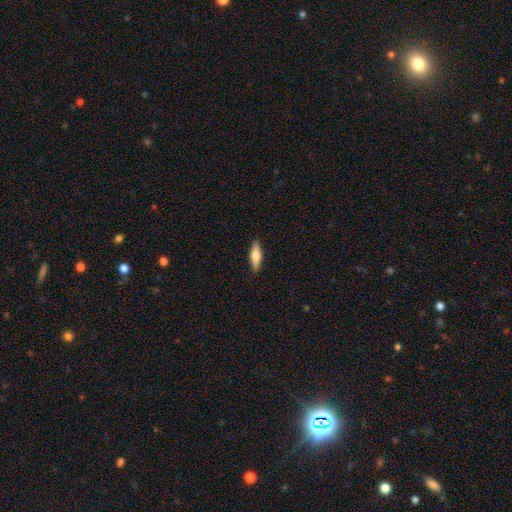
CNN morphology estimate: A smooth galaxy with no disk features (65%) that is cigar-shaped (54%).

Vote fractions:
- Smooth or featured? smooth: 65% / featured or disk: 29% / star or artifact: 6%
- How rounded? cigar-shaped: 54% / in between: 44% / round: 2%
- Merging? none: 89% / minor disturbance: 9% / major disturbance: 2% / merger: 1%